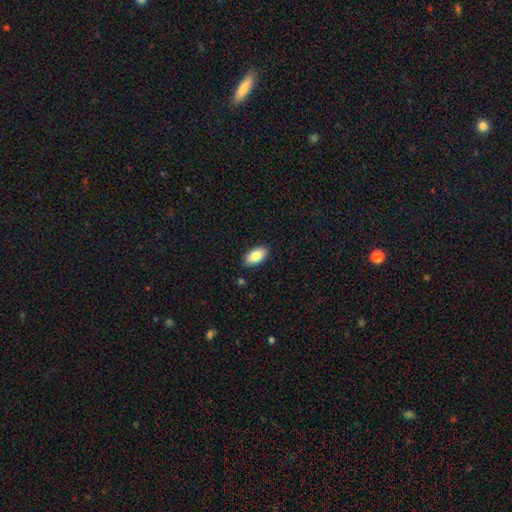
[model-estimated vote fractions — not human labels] This is clearly a smooth galaxy (84%). How rounded: clearly in between (93%). Merging: clearly none (88%).